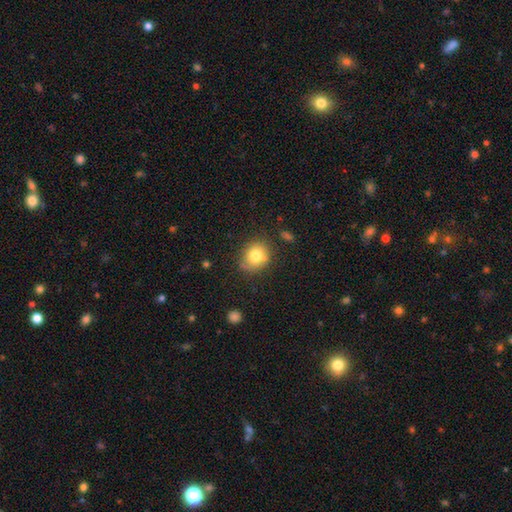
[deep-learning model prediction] A smooth galaxy with no disk features (78%) that is round (66%). Merging: none (70%).